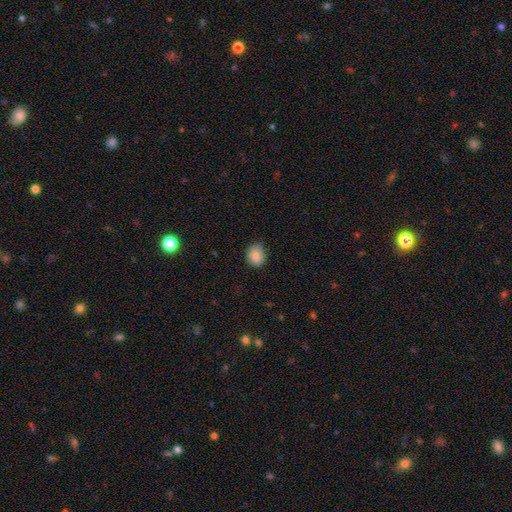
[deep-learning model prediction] Morphology: type=smooth (86%); roundness=round (57%); merging=none (82%).